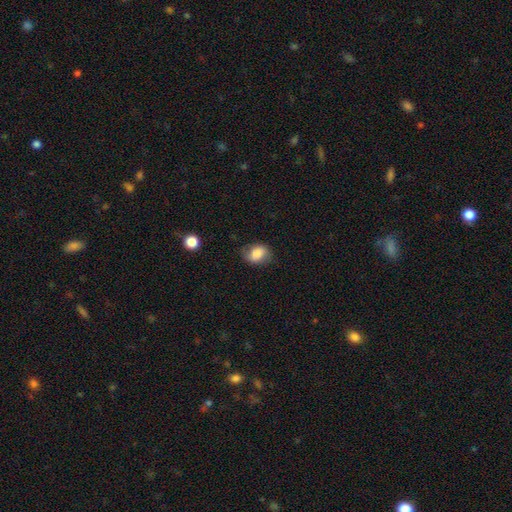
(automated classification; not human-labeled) smooth 78%, featured or disk 14%, star or artifact 8%. Down the decision tree: how rounded — in between (62%); merging — none (68%).